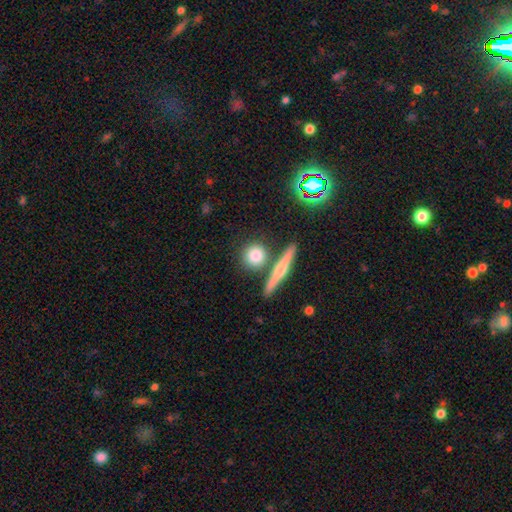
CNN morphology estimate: This is likely a smooth galaxy (77%). How rounded: clearly round (82%). Merging: likely none (77%).